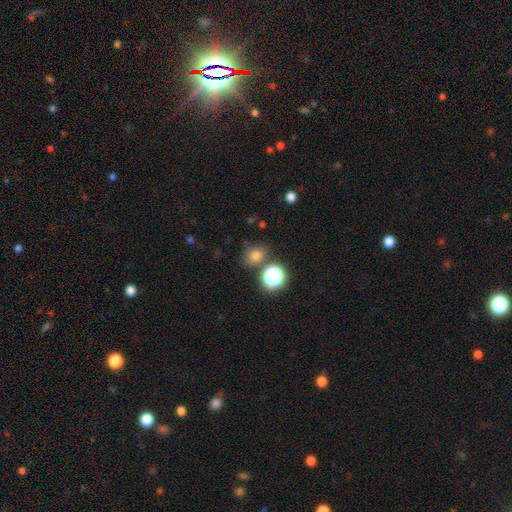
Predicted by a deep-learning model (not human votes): smooth-or-featured: smooth: 72% | star or artifact: 20% | featured or disk: 7%
  how-rounded: round: 60% | in between: 39% | cigar-shaped: 1%
  merging: none: 74% | minor disturbance: 12% | merger: 10% | major disturbance: 4%